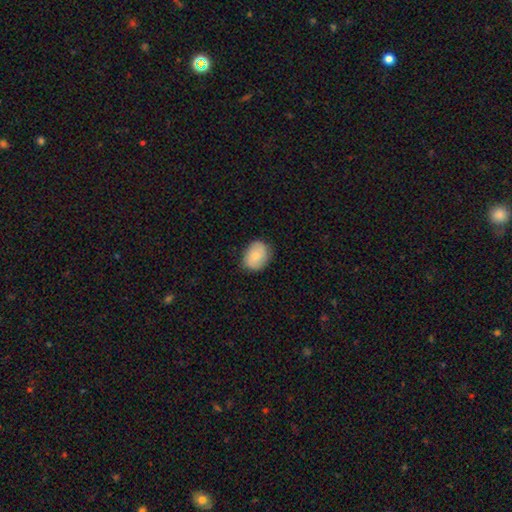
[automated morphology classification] The model was most divided on "how rounded": in between: 61%, round: 38%, cigar-shaped: 1%. More confident: merging — none (79%); smooth or featured — smooth (78%).